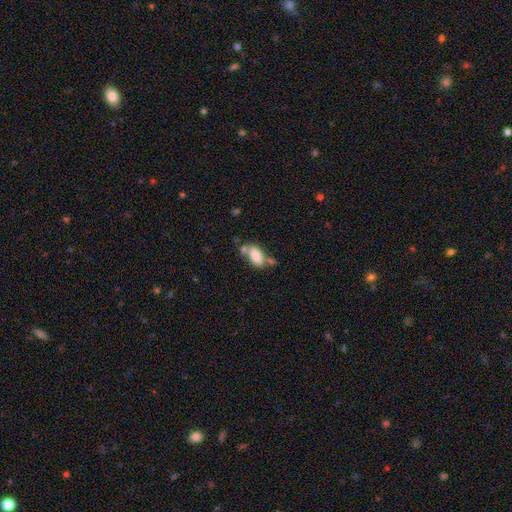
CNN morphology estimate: smooth 72%, featured or disk 20%, star or artifact 8%. Down the decision tree: how rounded — in between (91%); merging — none (46%).